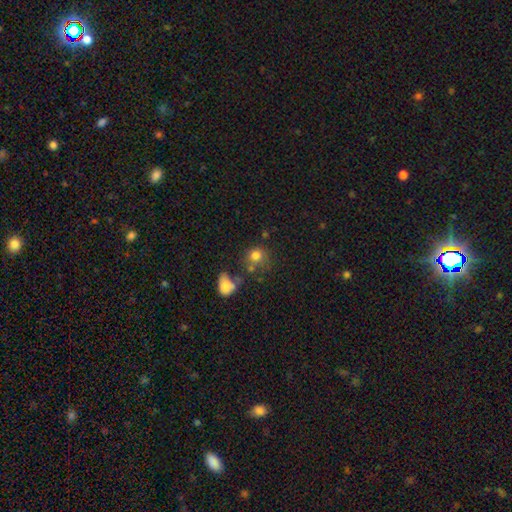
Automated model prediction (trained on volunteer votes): smooth 78%, star or artifact 11%, featured or disk 10%. Down the decision tree: how rounded — round (77%); merging — none (49%).